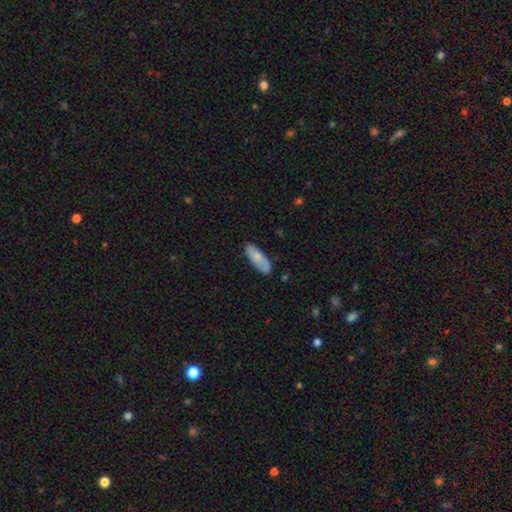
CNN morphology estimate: Smooth or featured? Predicted: smooth (p=0.64). How rounded? Predicted: in between (p=0.62). Merging? Predicted: none (p=0.80).